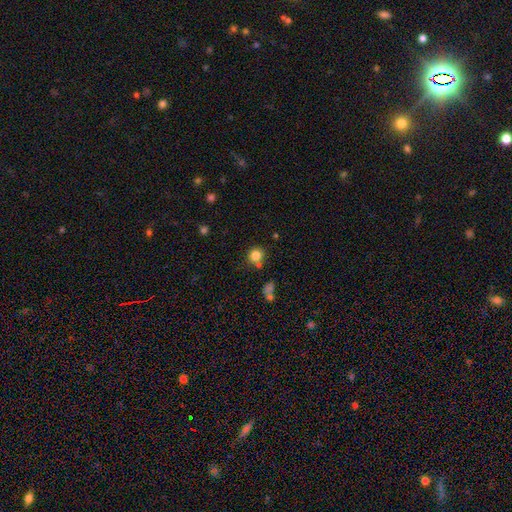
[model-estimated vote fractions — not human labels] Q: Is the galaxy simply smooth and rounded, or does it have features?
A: smooth — 81%.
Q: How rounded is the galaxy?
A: round — 89%.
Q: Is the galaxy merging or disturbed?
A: none — 72%.